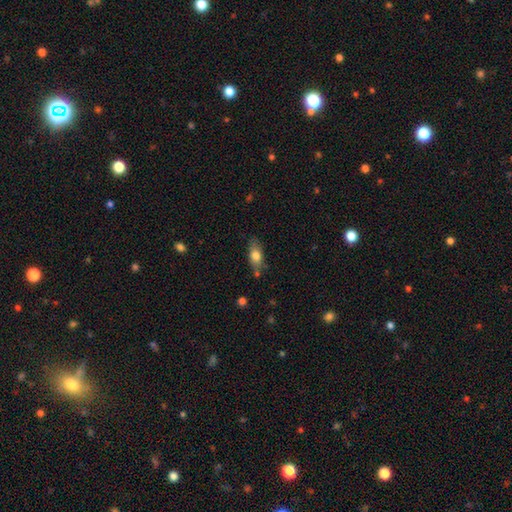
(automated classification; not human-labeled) A smooth galaxy with no disk features (76%) that is in between round and cigar-shaped (81%).

Vote fractions:
- Smooth or featured? smooth: 76% / featured or disk: 17% / star or artifact: 7%
- How rounded? in between: 81% / cigar-shaped: 14% / round: 5%
- Merging? none: 71% / minor disturbance: 19% / merger: 6% / major disturbance: 4%